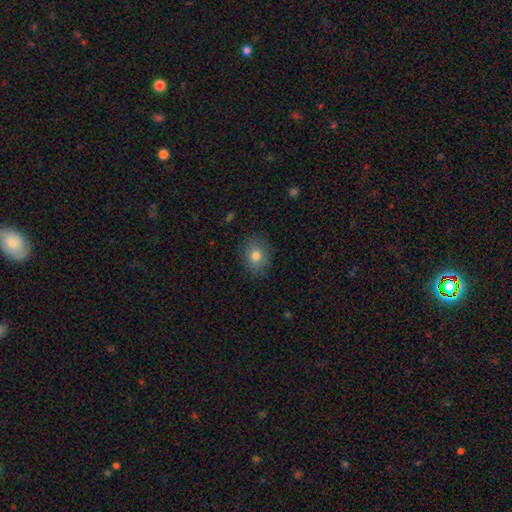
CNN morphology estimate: This is likely a smooth galaxy (80%). How rounded: possibly round (57%). Merging: clearly none (85%).